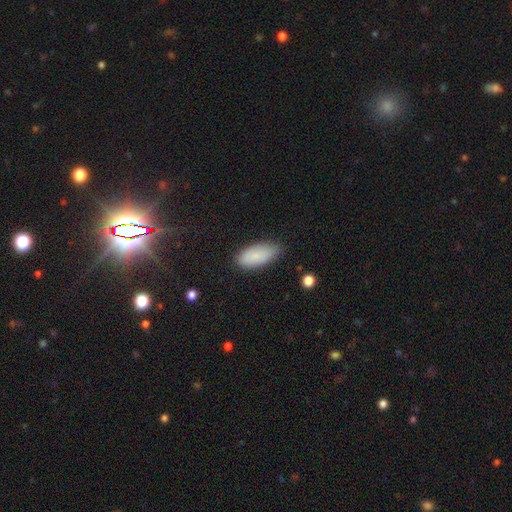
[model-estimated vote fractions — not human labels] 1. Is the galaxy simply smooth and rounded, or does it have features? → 84% smooth, 9% featured or disk, 7% star or artifact.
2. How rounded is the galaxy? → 89% in between, 9% cigar-shaped, 2% round.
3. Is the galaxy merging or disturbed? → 76% none, 19% minor disturbance, 4% major disturbance, 1% merger.